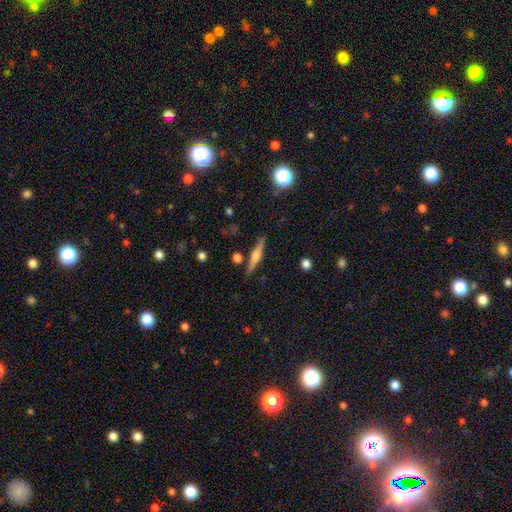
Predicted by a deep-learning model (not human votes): Morphology: type=featured or disk (63%); edge-on=yes (97%); edge-on bulge=rounded (75%); merging=none (87%).